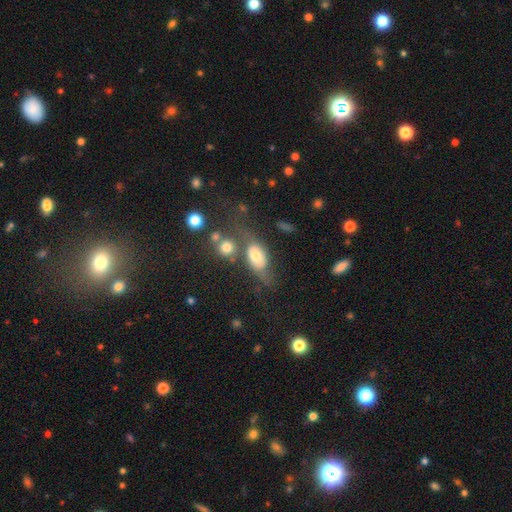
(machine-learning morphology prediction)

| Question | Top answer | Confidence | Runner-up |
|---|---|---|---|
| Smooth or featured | smooth | 63% | featured or disk (27%) |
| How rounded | in between | 79% | round (13%) |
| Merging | none | 38% | minor disturbance (21%) |